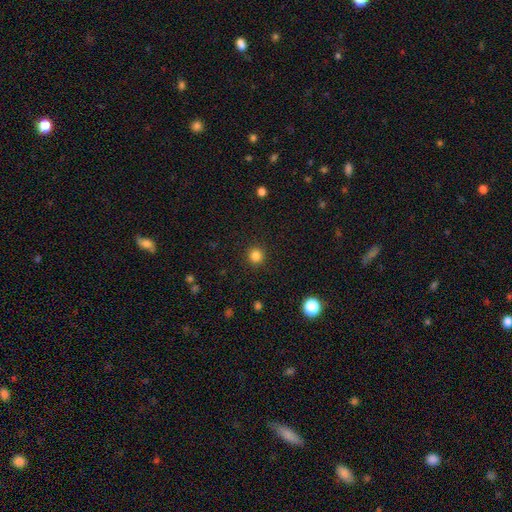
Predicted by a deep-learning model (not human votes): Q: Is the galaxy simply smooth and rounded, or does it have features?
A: smooth — 84%.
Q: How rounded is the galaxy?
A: round — 94%.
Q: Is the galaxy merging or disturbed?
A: none — 92%.